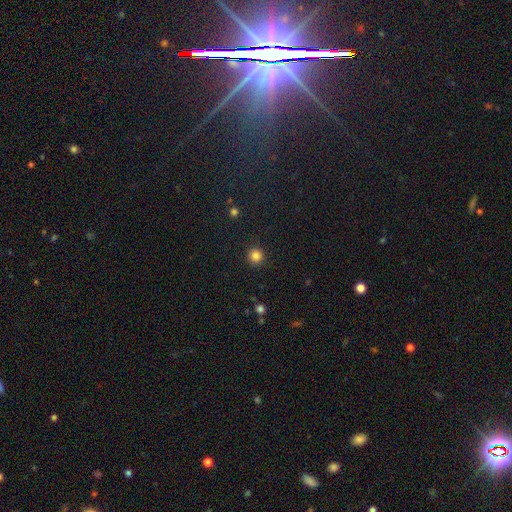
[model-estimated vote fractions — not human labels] Smooth or featured: smooth — 84% (star or artifact — 12%)
How rounded: round — 95% (in between — 4%)
Merging: none — 92% (minor disturbance — 5%)